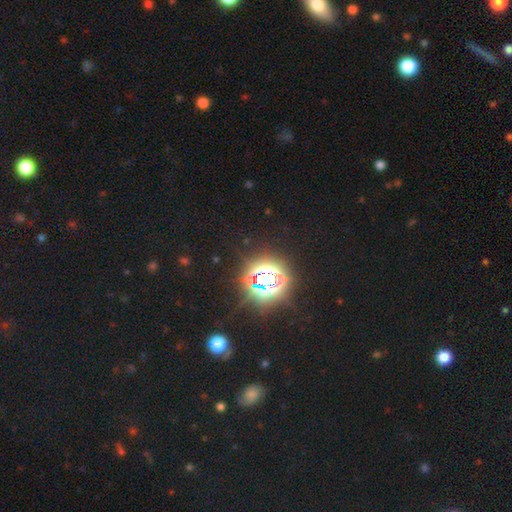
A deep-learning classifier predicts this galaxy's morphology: A star or artifact, not a galaxy (74%).

Vote fractions:
- Smooth or featured? star or artifact: 74% / smooth: 18% / featured or disk: 8%